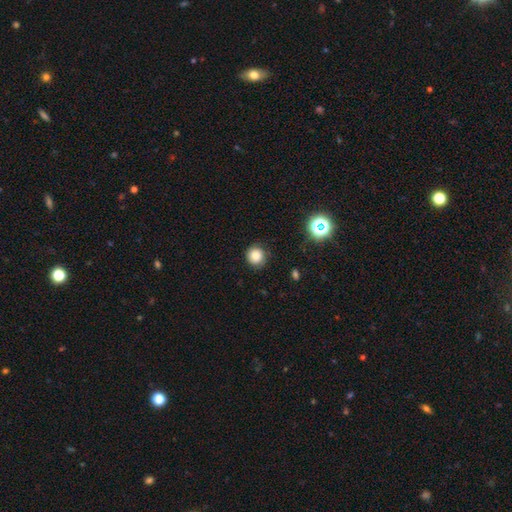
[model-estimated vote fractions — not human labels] This is likely a smooth galaxy (78%). How rounded: clearly round (90%). Merging: clearly none (81%).